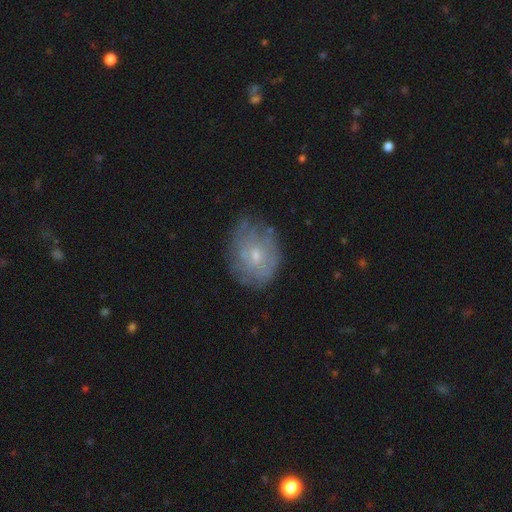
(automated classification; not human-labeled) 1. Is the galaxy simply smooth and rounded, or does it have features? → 47% featured or disk, 43% smooth, 9% star or artifact.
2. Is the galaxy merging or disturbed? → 62% none, 26% minor disturbance, 10% major disturbance, 2% merger.